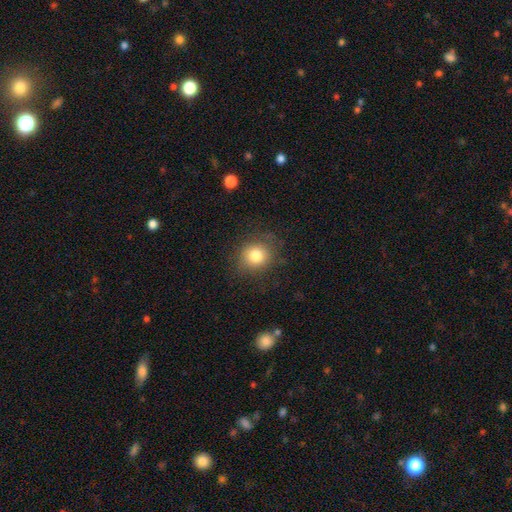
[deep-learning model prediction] A smooth galaxy with no disk features (80%) that is round (81%).

Vote fractions:
- Smooth or featured? smooth: 80% / star or artifact: 11% / featured or disk: 9%
- How rounded? round: 81% / in between: 18% / cigar-shaped: 1%
- Merging? none: 80% / minor disturbance: 13% / major disturbance: 6% / merger: 1%